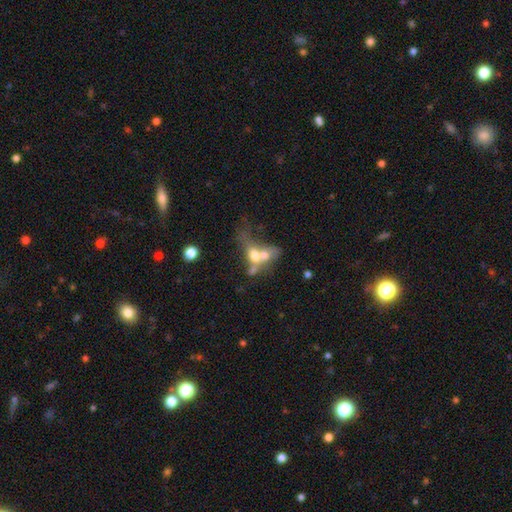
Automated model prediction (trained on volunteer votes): A smooth galaxy with no disk features (55%) that is in between round and cigar-shaped (63%).

Vote fractions:
- Smooth or featured? smooth: 55% / featured or disk: 34% / star or artifact: 11%
- How rounded? in between: 63% / round: 28% / cigar-shaped: 9%
- Merging? merger: 71% / major disturbance: 12% / none: 11% / minor disturbance: 6%